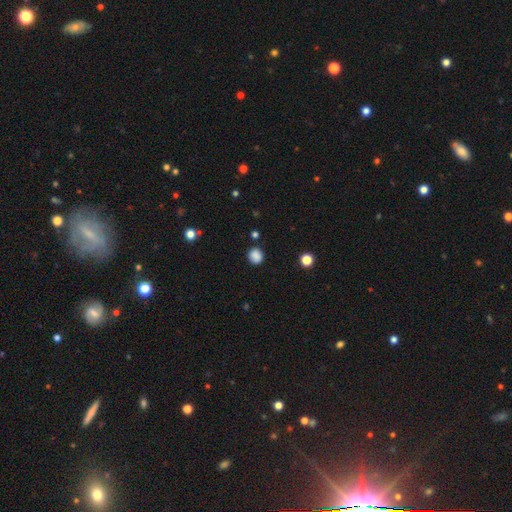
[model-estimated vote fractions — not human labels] Morphology: type=smooth (86%); roundness=round (80%); merging=none (85%).